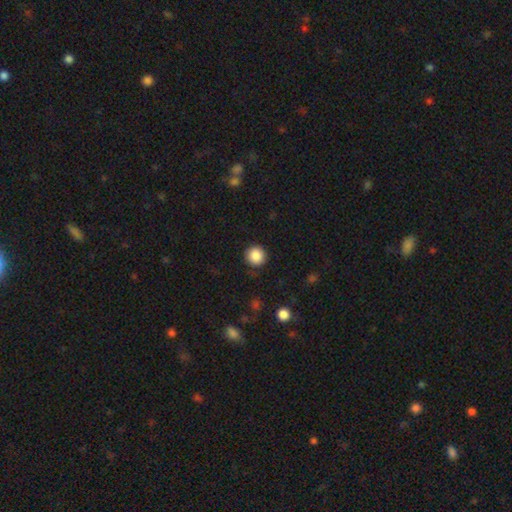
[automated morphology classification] smooth_or_featured: smooth (p=0.87) [alt: star or artifact p=0.09]
how_rounded: round (p=0.95) [alt: in between p=0.04]
merging: none (p=0.90) [alt: minor disturbance p=0.07]